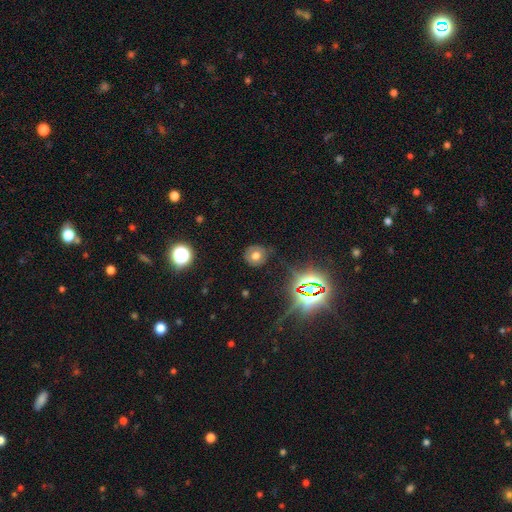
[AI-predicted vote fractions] Q: Smooth or featured?
A: smooth (60%); runner-up: star or artifact (20%)
Q: How rounded?
A: round (84%); runner-up: in between (15%)
Q: Merging?
A: none (77%); runner-up: minor disturbance (16%)